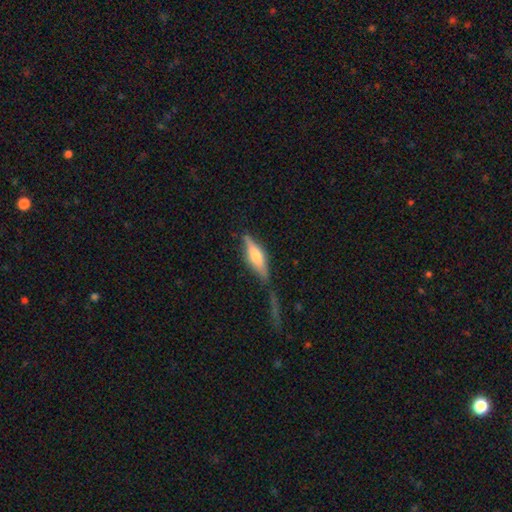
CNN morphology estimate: This is possibly a smooth galaxy (50%). How rounded: likely cigar-shaped (61%). Merging: possibly none (55%).